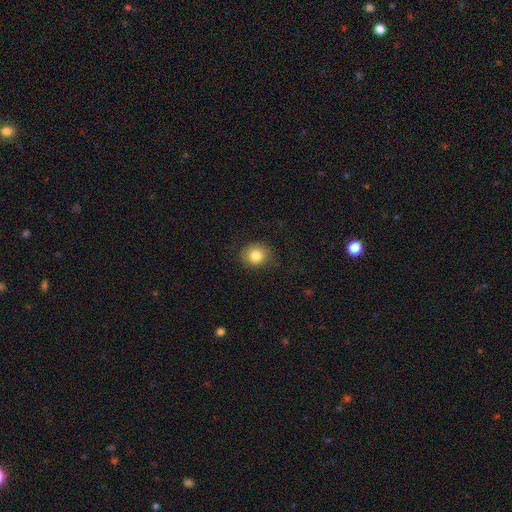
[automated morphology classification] Overall: smooth (82%). How rounded: round (74%). Merging: none (84%).